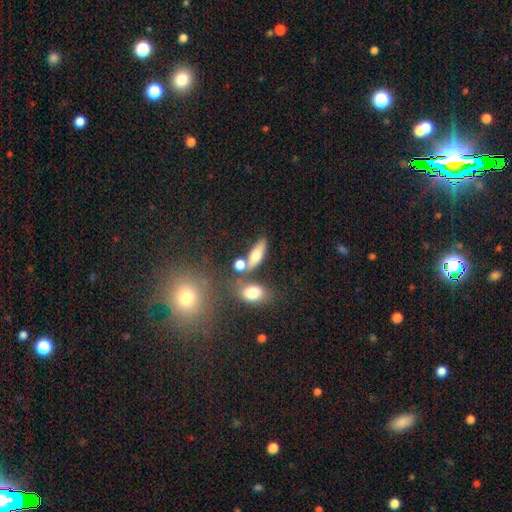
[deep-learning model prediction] smooth 66%, featured or disk 23%, star or artifact 11%. Down the decision tree: how rounded — in between (54%); merging — none (59%).